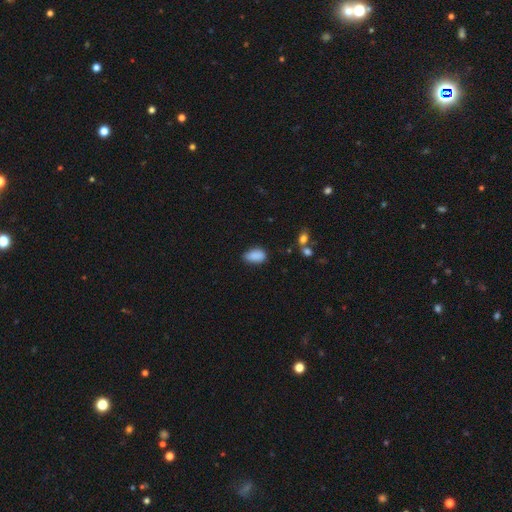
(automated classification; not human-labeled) A smooth galaxy with no disk features (87%) that is in between round and cigar-shaped (91%). Merging: none (66%).